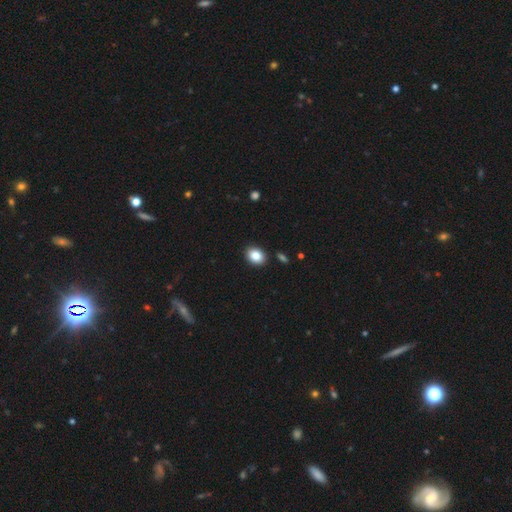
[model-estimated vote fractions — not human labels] A smooth galaxy with no disk features (85%) that is in between round and cigar-shaped (60%). Merging: none (89%).